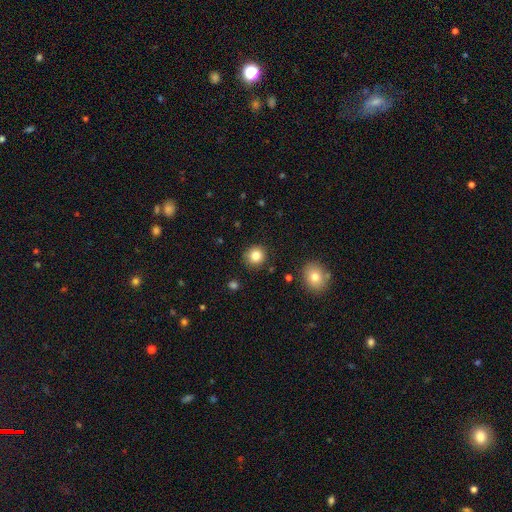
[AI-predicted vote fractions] Overall: smooth (84%). How rounded: round (91%). Merging: none (89%).